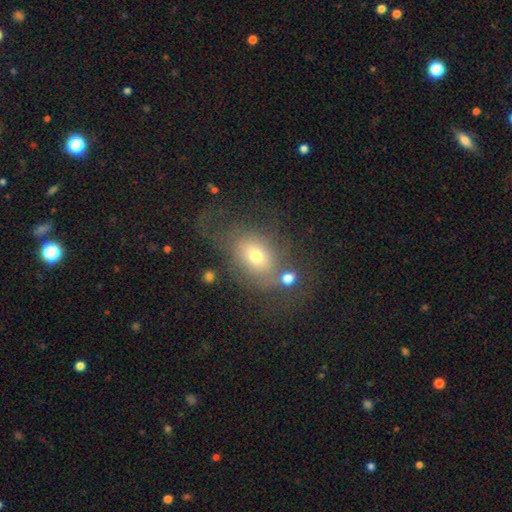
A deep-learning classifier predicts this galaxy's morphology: type=smooth (55%); roundness=in between (69%); merging=none (41%).